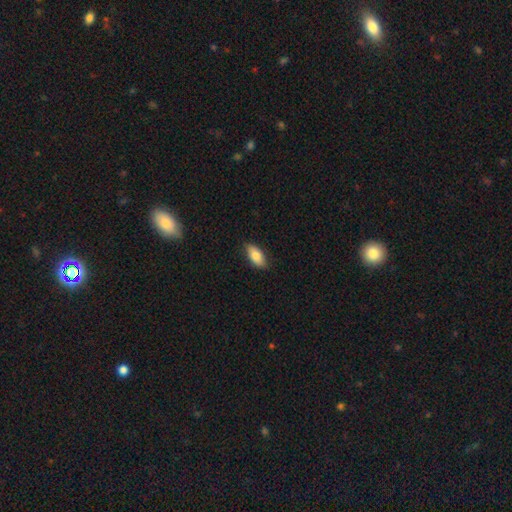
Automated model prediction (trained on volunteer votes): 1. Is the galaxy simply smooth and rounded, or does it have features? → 81% smooth, 12% featured or disk, 6% star or artifact.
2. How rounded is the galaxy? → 89% in between, 8% cigar-shaped, 3% round.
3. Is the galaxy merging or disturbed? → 85% none, 12% minor disturbance, 2% major disturbance, 1% merger.